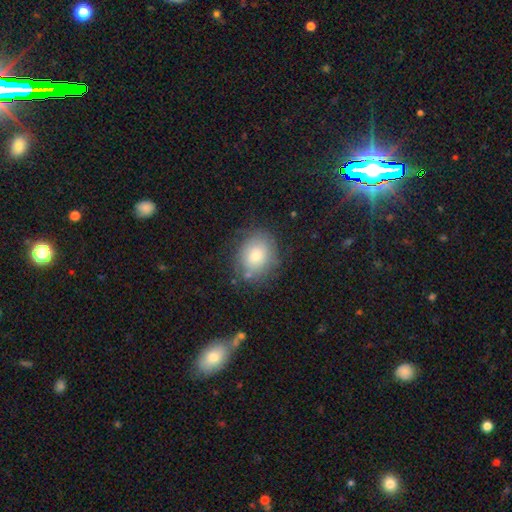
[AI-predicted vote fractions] Smooth or featured? Predicted: smooth (p=0.73). How rounded? Predicted: round (p=0.57). Merging? Predicted: none (p=0.74).